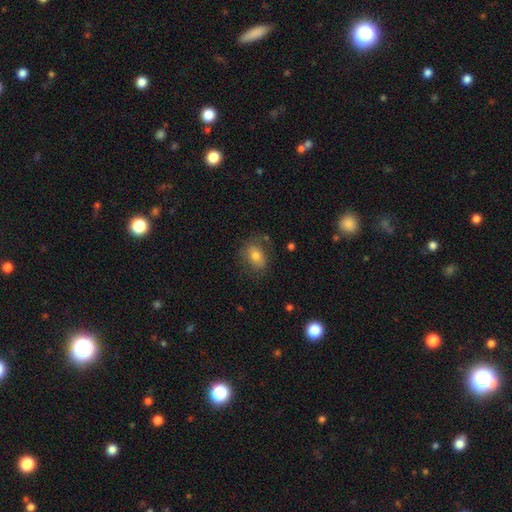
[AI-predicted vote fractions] A smooth galaxy with no disk features (71%) that is in between round and cigar-shaped (72%).

Vote fractions:
- Smooth or featured? smooth: 71% / featured or disk: 19% / star or artifact: 10%
- How rounded? in between: 72% / round: 26% / cigar-shaped: 2%
- Merging? none: 70% / minor disturbance: 19% / major disturbance: 8% / merger: 2%